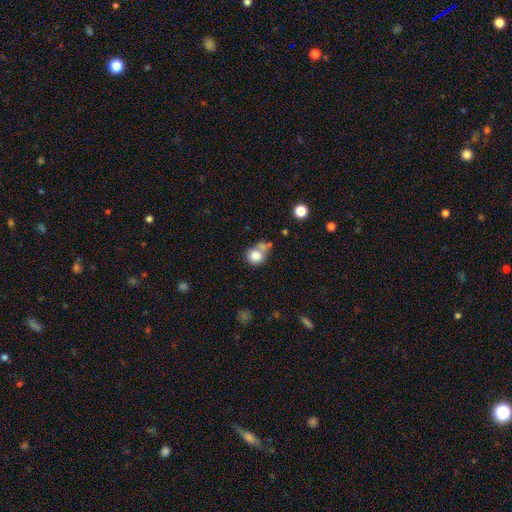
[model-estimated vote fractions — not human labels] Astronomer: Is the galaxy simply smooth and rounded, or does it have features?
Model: smooth — 81%.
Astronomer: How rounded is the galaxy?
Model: round — 83%.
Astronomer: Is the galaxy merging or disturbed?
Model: none — 44% (runner-up: merger, 33%).